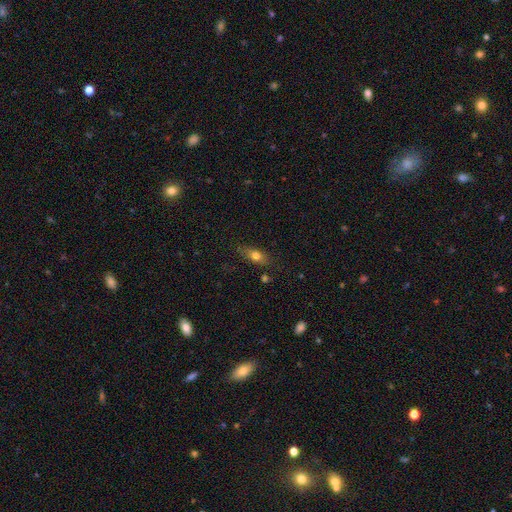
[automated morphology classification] This appears to be a smooth galaxy with no disk features (72%) that is in between round and cigar-shaped (72%). Merging: none (77%).